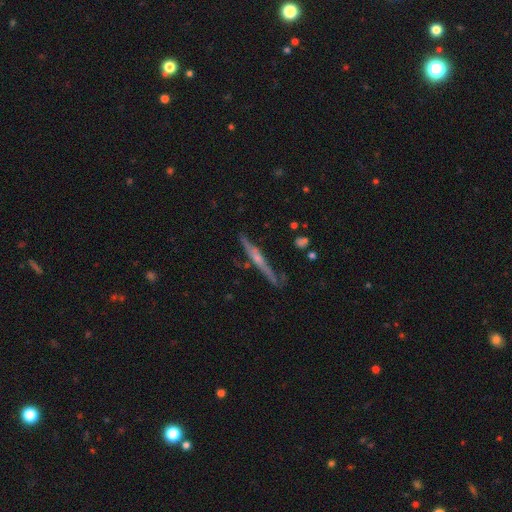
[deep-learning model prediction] This appears to be a featured or disk galaxy (72%) viewed edge-on (96%) with a rounded central bulge (63%). Merging: none (81%).